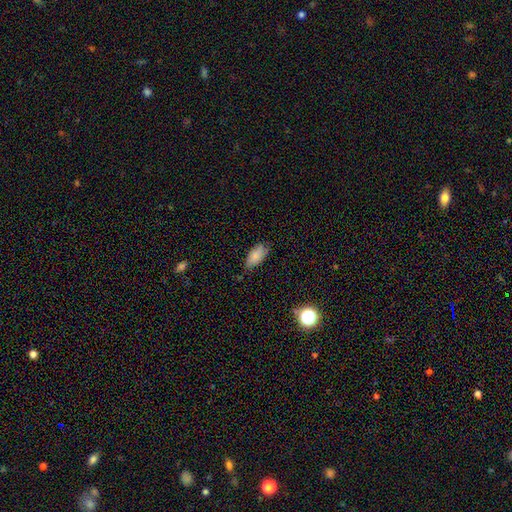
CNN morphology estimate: Smooth or featured? smooth (80%)
How rounded? in between (91%)
Merging? none (68%)